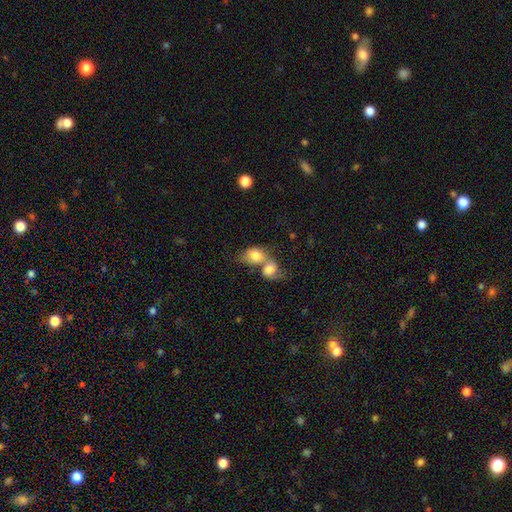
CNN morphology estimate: The model was most divided on "how rounded": in between: 60%, round: 38%, cigar-shaped: 2%. More confident: merging — merger (77%); smooth or featured — smooth (73%).